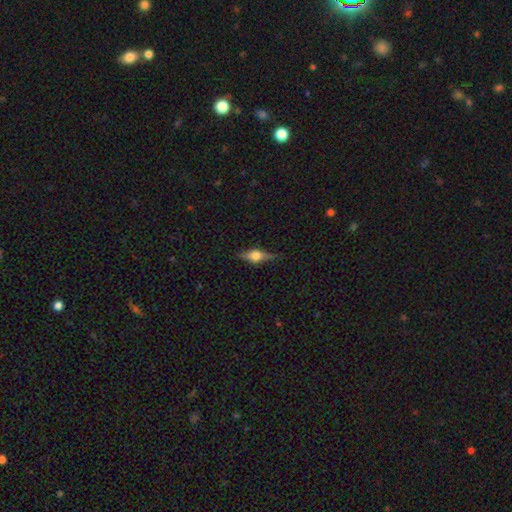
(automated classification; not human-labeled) This is likely a featured or disk galaxy (64%). It is clearly viewed edge-on (96%). Edge-on bulge: clearly rounded (93%). Merging: clearly none (84%).